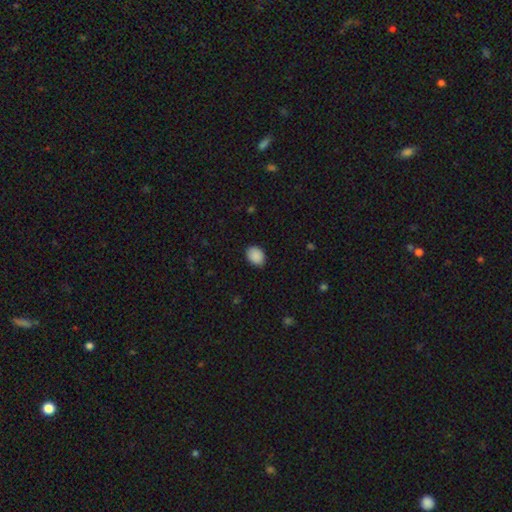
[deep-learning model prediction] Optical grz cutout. It shows a smooth galaxy with no disk features (90%) that is in between round and cigar-shaped (65%). Merging: none (87%).